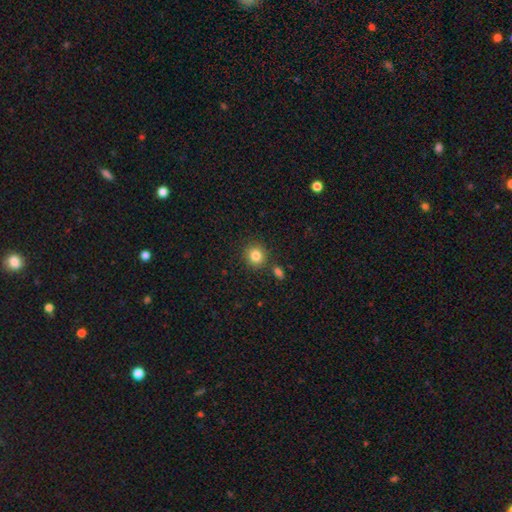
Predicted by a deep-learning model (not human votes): Smooth or featured? Predicted: smooth (p=0.84). How rounded? Predicted: round (p=0.87). Merging? Predicted: none (p=0.84).